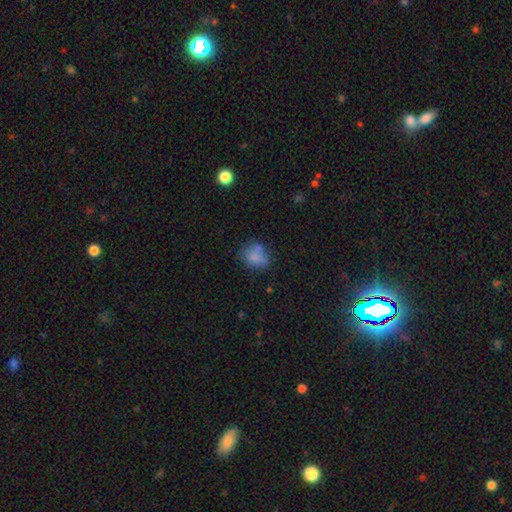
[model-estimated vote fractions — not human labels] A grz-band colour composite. It shows a smooth galaxy with no disk features (70%) that is round (57%). Merging: none (53%).